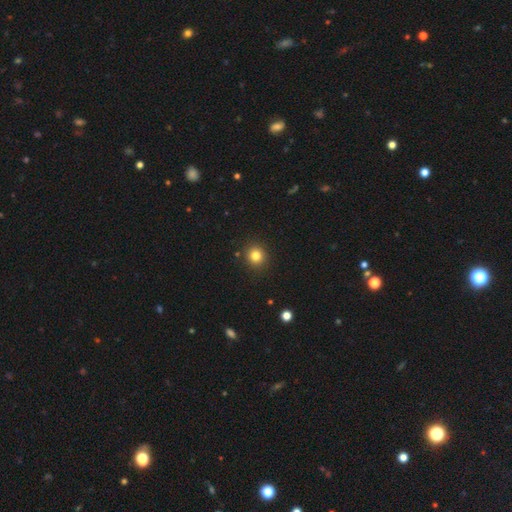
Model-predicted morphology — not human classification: smooth-or-featured: smooth: 81% | star or artifact: 13% | featured or disk: 6%
  how-rounded: round: 91% | in between: 8% | cigar-shaped: 1%
  merging: none: 91% | minor disturbance: 6% | major disturbance: 2% | merger: 2%